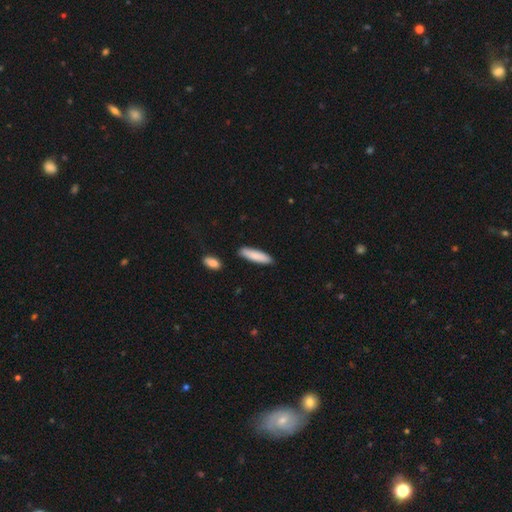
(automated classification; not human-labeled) Smooth or featured?
  - smooth: 85% *
  - featured or disk: 10%
  - star or artifact: 6%
How rounded?
  - cigar-shaped: 71% *
  - in between: 28%
  - round: 1%
Merging?
  - none: 86% *
  - minor disturbance: 10%
  - merger: 3%
  - major disturbance: 2%